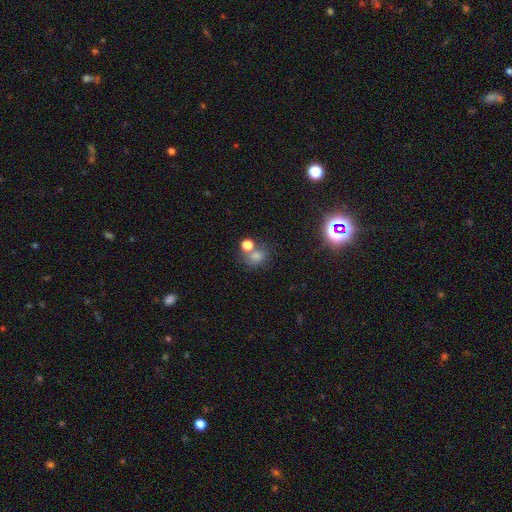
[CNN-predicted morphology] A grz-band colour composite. It shows a smooth galaxy with no disk features (62%) that is round (64%). Merging: none (58%).